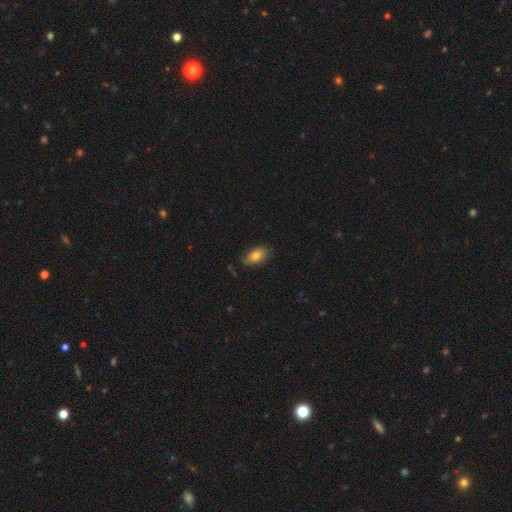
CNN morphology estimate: A smooth galaxy with no disk features (75%) that is in between round and cigar-shaped (91%).

Vote fractions:
- Smooth or featured? smooth: 75% / featured or disk: 17% / star or artifact: 8%
- How rounded? in between: 91% / round: 6% / cigar-shaped: 3%
- Merging? none: 70% / minor disturbance: 23% / major disturbance: 5% / merger: 1%